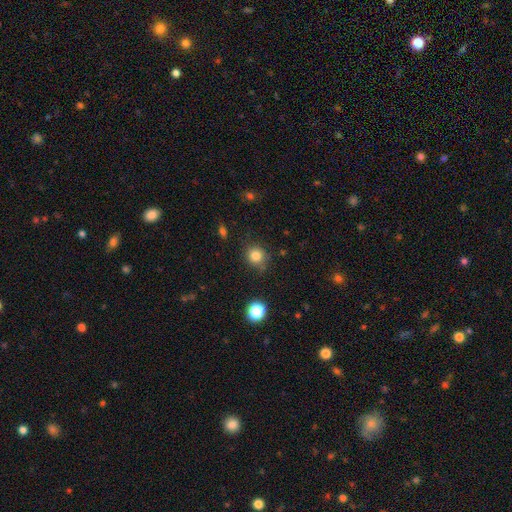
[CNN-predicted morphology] Q: Smooth or featured?
A: smooth (82%); runner-up: star or artifact (12%)
Q: How rounded?
A: round (84%); runner-up: in between (15%)
Q: Merging?
A: none (78%); runner-up: minor disturbance (15%)